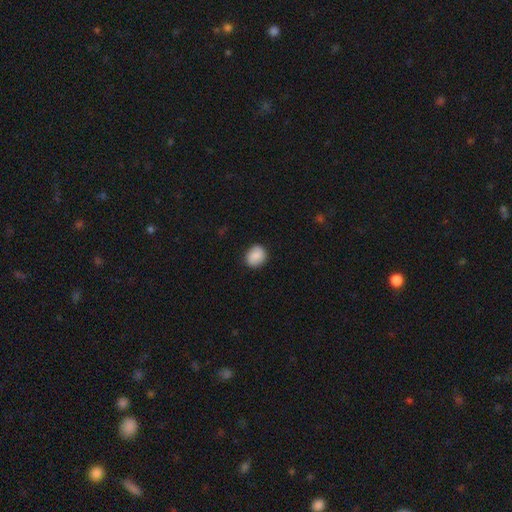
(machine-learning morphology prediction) The model was most divided on "how rounded": round: 67%, in between: 33%, cigar-shaped: 1%. More confident: smooth or featured — smooth (87%); merging — none (87%).